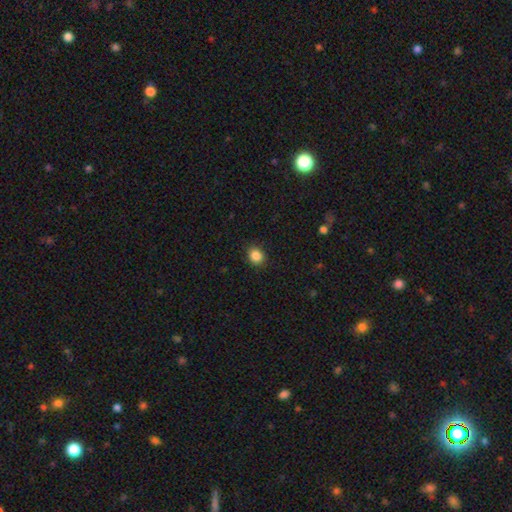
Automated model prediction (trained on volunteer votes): smooth 86%, star or artifact 10%, featured or disk 4%. Down the decision tree: how rounded — round (65%); merging — none (89%).